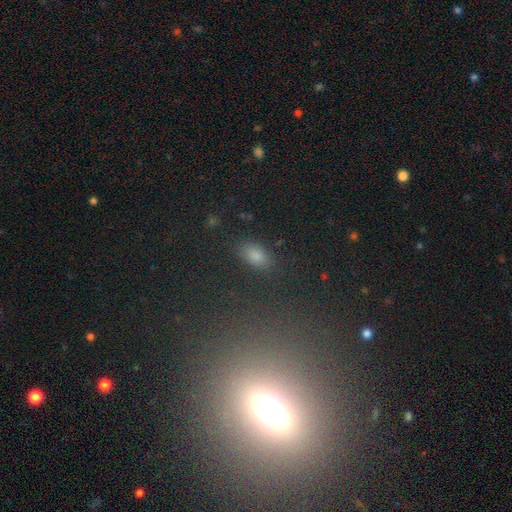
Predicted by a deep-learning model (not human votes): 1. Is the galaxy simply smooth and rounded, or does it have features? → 77% smooth, 16% star or artifact, 7% featured or disk.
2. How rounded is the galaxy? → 90% in between, 6% round, 4% cigar-shaped.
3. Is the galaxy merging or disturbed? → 87% none, 9% minor disturbance, 3% major disturbance, 2% merger.